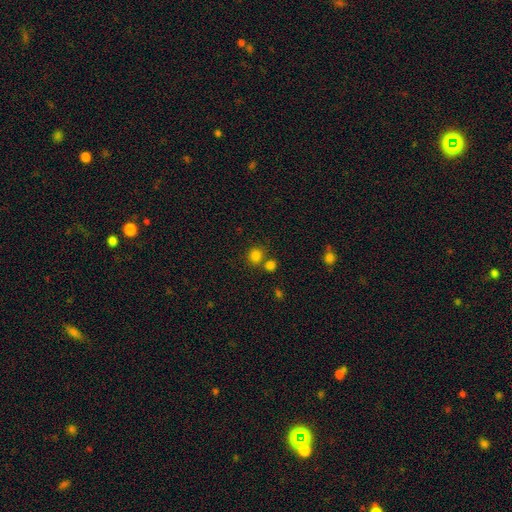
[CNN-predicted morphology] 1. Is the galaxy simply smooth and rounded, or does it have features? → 80% smooth, 15% star or artifact, 5% featured or disk.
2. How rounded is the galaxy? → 82% round, 17% in between, 1% cigar-shaped.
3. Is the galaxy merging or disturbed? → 65% none, 22% merger, 9% minor disturbance, 4% major disturbance.